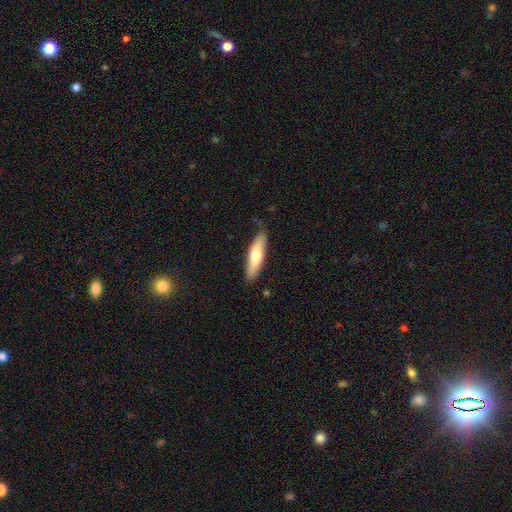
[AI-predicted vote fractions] Smooth or featured?
  - smooth: 68% *
  - featured or disk: 27%
  - star or artifact: 5%
How rounded?
  - cigar-shaped: 69% *
  - in between: 29%
  - round: 2%
Merging?
  - none: 82% *
  - minor disturbance: 14%
  - major disturbance: 2%
  - merger: 1%